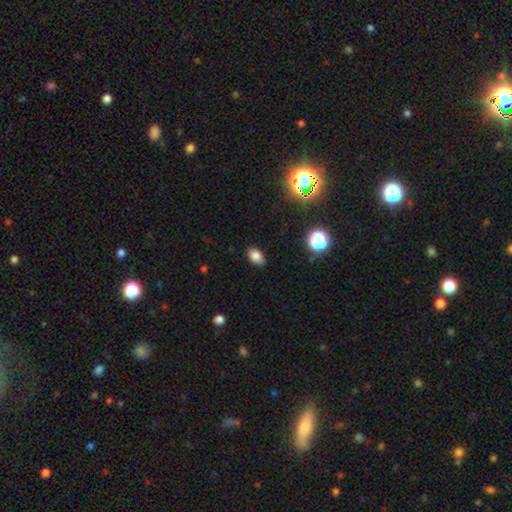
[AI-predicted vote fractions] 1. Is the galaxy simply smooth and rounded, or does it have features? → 81% smooth, 12% star or artifact, 7% featured or disk.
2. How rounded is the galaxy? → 87% in between, 11% round, 2% cigar-shaped.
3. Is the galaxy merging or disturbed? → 84% none, 12% minor disturbance, 2% major disturbance, 1% merger.